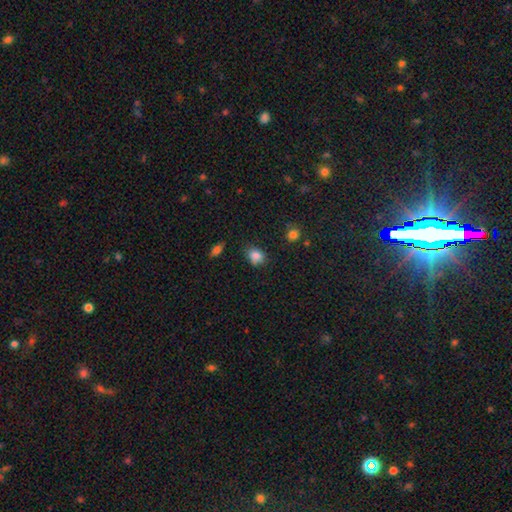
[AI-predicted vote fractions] This appears to be a smooth galaxy with no disk features (82%) that is in between round and cigar-shaped (56%). Merging: none (62%).